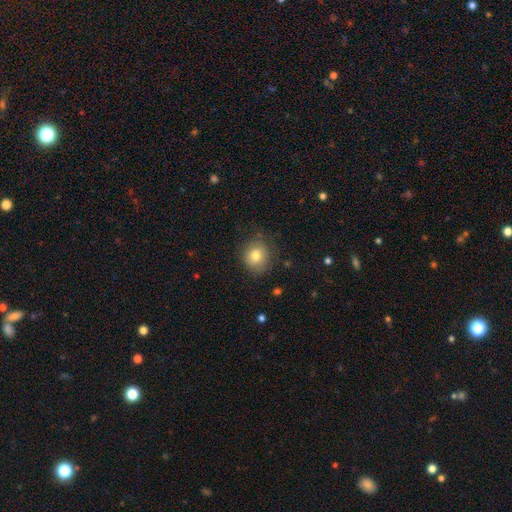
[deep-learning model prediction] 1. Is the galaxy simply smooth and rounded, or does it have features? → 77% smooth, 12% featured or disk, 11% star or artifact.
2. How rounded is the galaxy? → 76% round, 23% in between, 1% cigar-shaped.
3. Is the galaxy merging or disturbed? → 79% none, 15% minor disturbance, 5% major disturbance, 1% merger.